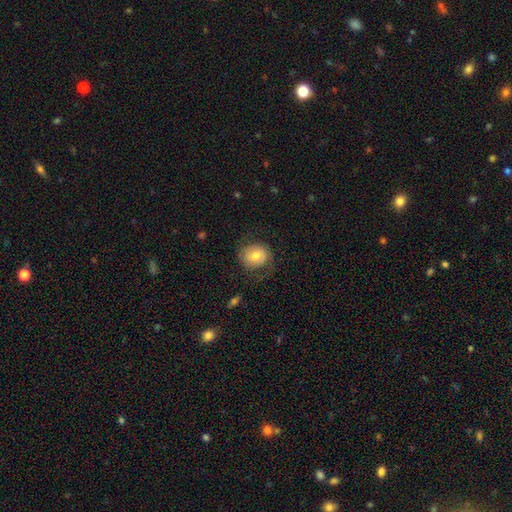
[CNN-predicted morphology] A smooth galaxy with no disk features (56%) that is round (74%). Merging: none (64%).